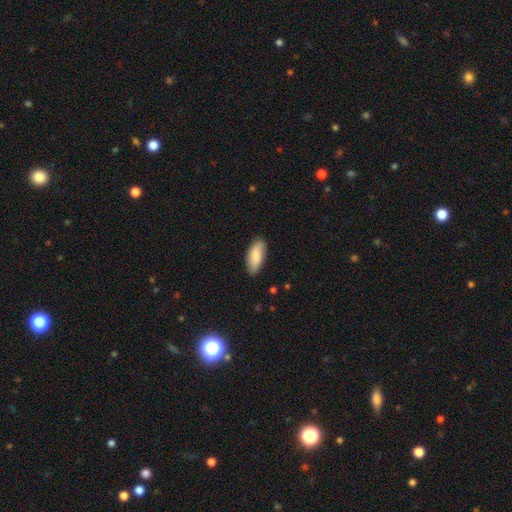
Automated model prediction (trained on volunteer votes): Smooth or featured: smooth — 80% (featured or disk — 15%)
How rounded: in between — 86% (cigar-shaped — 12%)
Merging: none — 84% (minor disturbance — 12%)